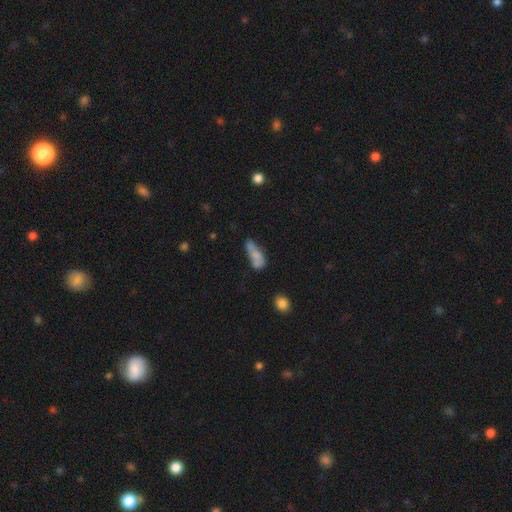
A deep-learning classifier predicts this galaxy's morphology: smooth-or-featured: smooth: 62% | featured or disk: 27% | star or artifact: 10%
  how-rounded: in between: 70% | cigar-shaped: 25% | round: 5%
  merging: none: 31% | merger: 27% | minor disturbance: 24% | major disturbance: 18%